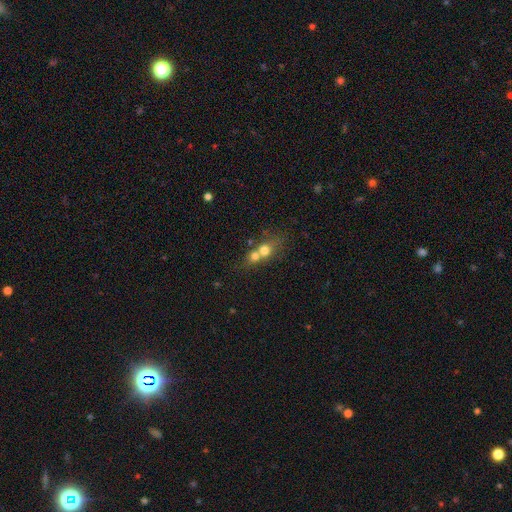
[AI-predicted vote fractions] Morphology: type=smooth (64%); roundness=round (61%); merging=merger (66%).